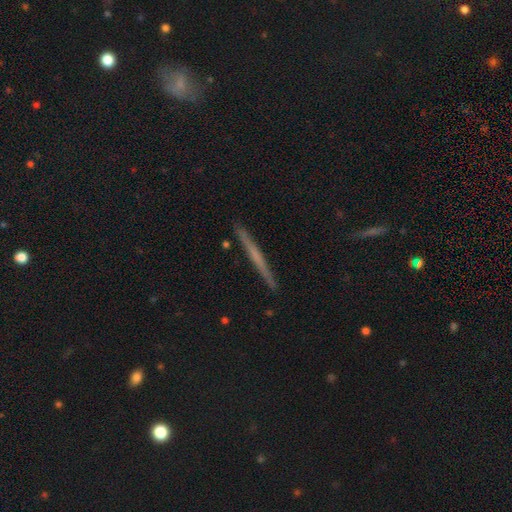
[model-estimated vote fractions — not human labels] The model was most divided on "smooth or featured": featured or disk: 55%, smooth: 38%, star or artifact: 7%. More confident: edge-on disk — yes (98%); merging — none (92%); edge-on bulge — none (80%).